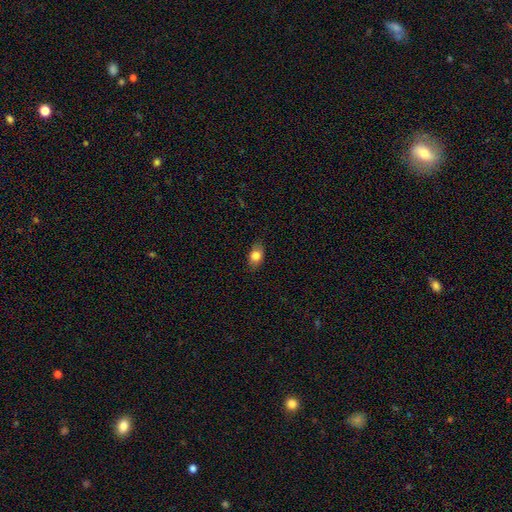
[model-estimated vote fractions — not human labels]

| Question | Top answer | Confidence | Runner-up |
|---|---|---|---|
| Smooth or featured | smooth | 79% | featured or disk (12%) |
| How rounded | in between | 81% | round (16%) |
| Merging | none | 82% | minor disturbance (14%) |